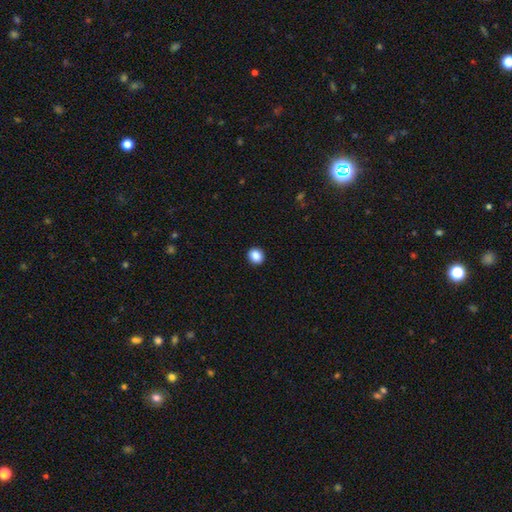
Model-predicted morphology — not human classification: This appears to be a smooth galaxy with no disk features (88%) that is round (82%). Merging: none (93%).